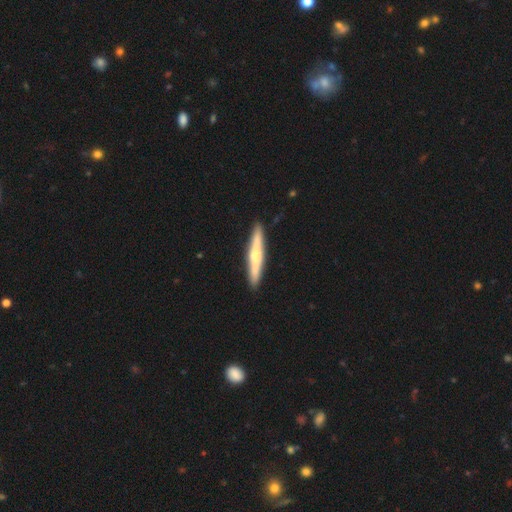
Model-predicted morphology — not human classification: Smooth or featured? featured or disk (50%)
Merging? none (91%)